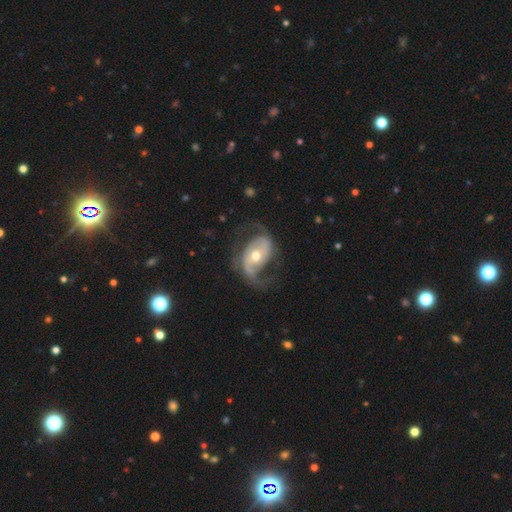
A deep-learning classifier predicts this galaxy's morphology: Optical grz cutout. It shows a featured or disk galaxy (86%) with no bar (41%), 2 (89%) medium (43%, tied with loose) spiral arms (94%) and a moderate central bulge (67%). Merging: none (66%).